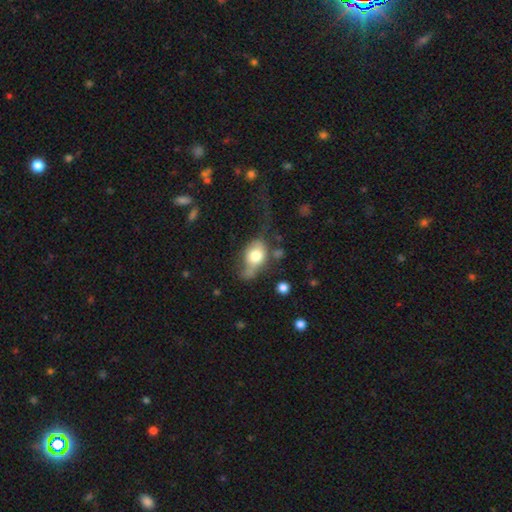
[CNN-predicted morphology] smooth 70%, featured or disk 22%, star or artifact 8%. Down the decision tree: how rounded — in between (74%); merging — major disturbance (33%).